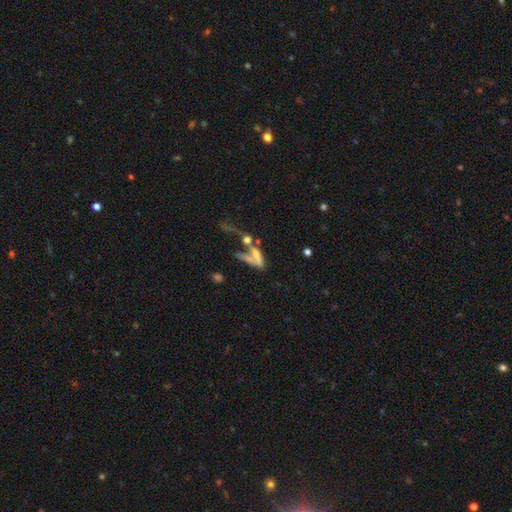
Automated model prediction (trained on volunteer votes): A smooth galaxy with no disk features (50%) that is cigar-shaped (47%). Merging: merger (49%).